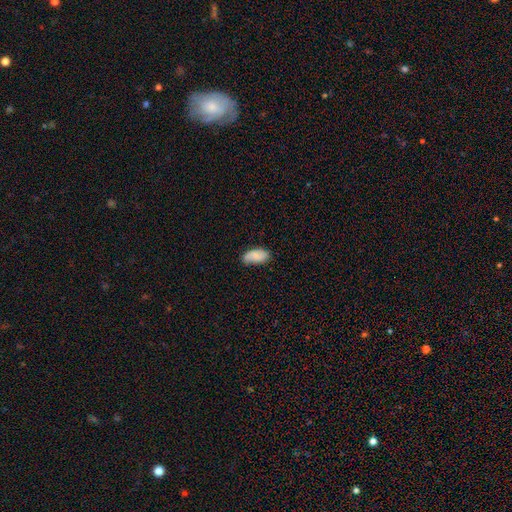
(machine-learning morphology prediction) Smooth or featured: smooth — 79% (featured or disk — 14%)
How rounded: in between — 94% (cigar-shaped — 4%)
Merging: none — 66% (minor disturbance — 27%)